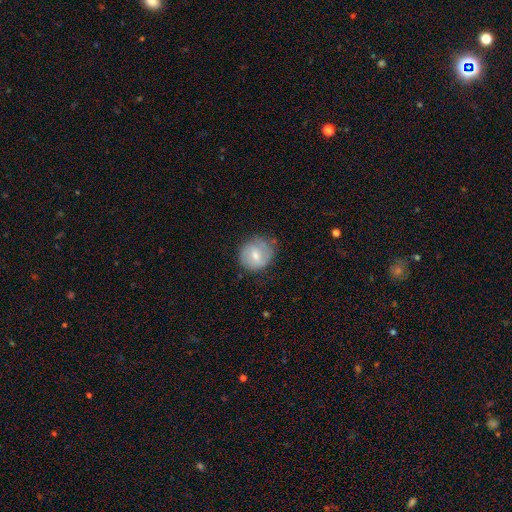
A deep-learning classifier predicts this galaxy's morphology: type=smooth (54%); roundness=round (85%); merging=none (68%).